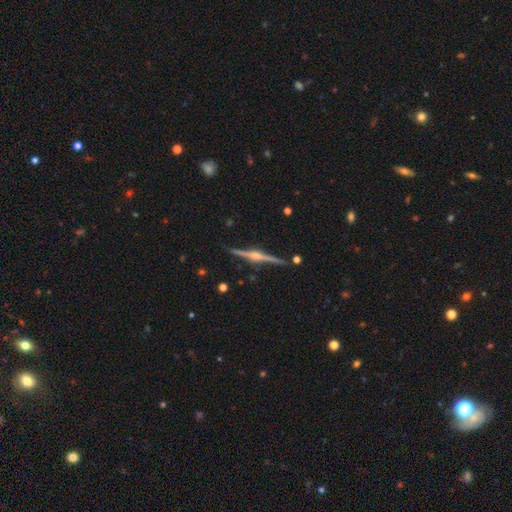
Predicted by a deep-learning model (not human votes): Smooth or featured? featured or disk (86%)
Edge-on disk? yes (98%)
Edge-on bulge? rounded (89%)
Merging? none (89%)